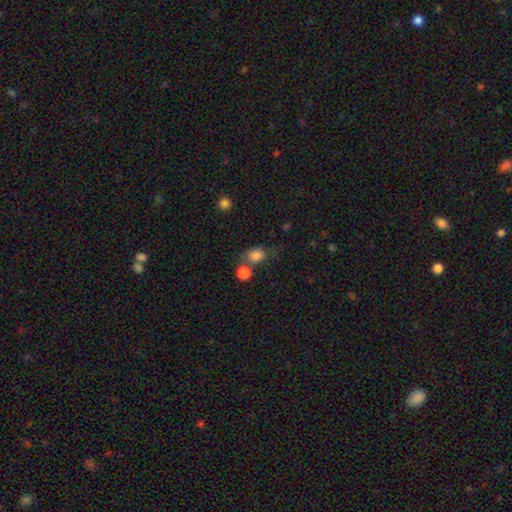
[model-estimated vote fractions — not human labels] This appears to be a smooth galaxy with no disk features (81%) that is round (52%). Merging: none (52%).